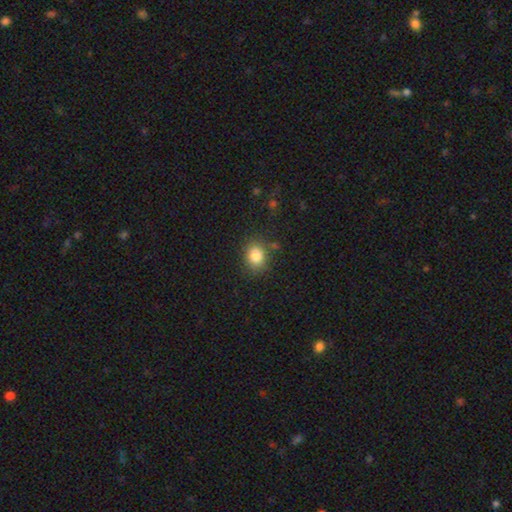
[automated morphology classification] Smooth or featured: smooth — 84% (star or artifact — 10%)
How rounded: round — 56% (in between — 43%)
Merging: none — 81% (minor disturbance — 12%)